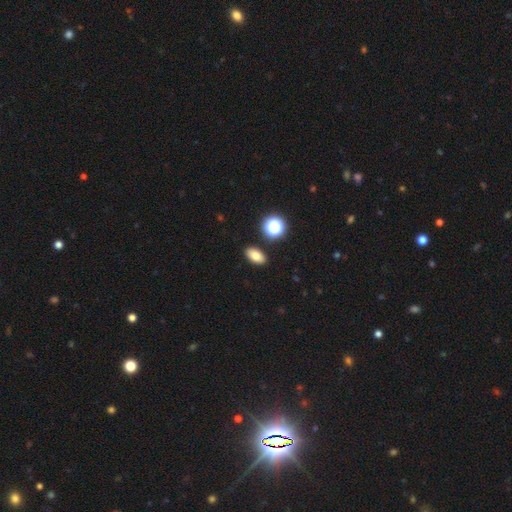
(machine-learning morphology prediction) Q: Smooth or featured?
A: smooth (78%); runner-up: star or artifact (13%)
Q: How rounded?
A: in between (88%); runner-up: round (9%)
Q: Merging?
A: none (89%); runner-up: minor disturbance (7%)